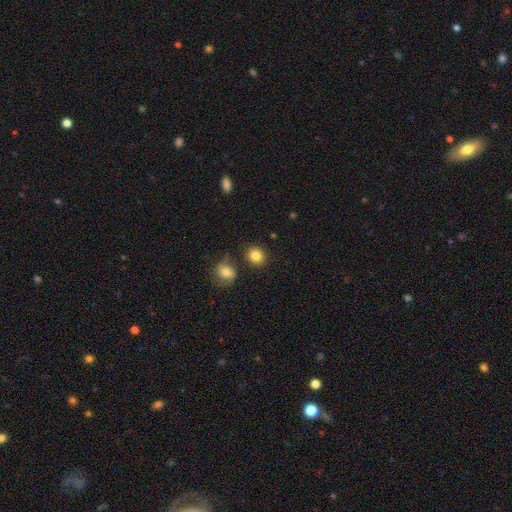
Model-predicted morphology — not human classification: A smooth galaxy with no disk features (83%) that is round (79%).

Vote fractions:
- Smooth or featured? smooth: 83% / star or artifact: 10% / featured or disk: 7%
- How rounded? round: 79% / in between: 21% / cigar-shaped: 1%
- Merging? none: 79% / minor disturbance: 10% / merger: 8% / major disturbance: 3%